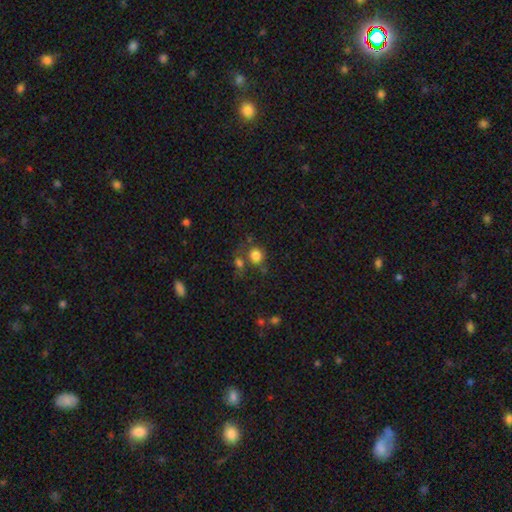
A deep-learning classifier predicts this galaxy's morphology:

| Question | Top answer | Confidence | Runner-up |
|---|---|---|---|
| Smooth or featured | smooth | 81% | star or artifact (12%) |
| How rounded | round | 86% | in between (13%) |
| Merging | none | 61% | merger (20%) |